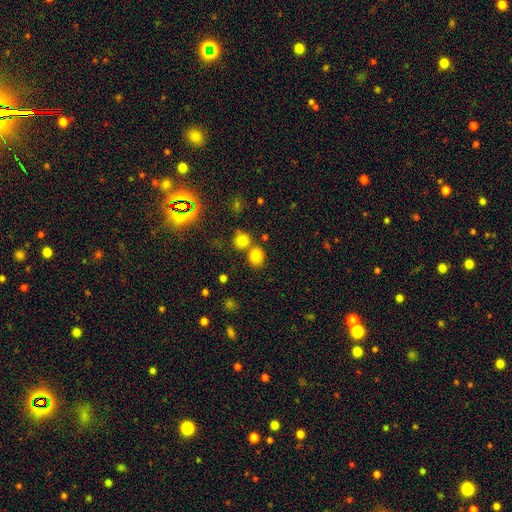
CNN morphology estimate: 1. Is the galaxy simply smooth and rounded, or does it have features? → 80% smooth, 14% star or artifact, 6% featured or disk.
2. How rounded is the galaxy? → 72% round, 27% in between, 1% cigar-shaped.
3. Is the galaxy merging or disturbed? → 65% none, 23% merger, 9% minor disturbance, 3% major disturbance.